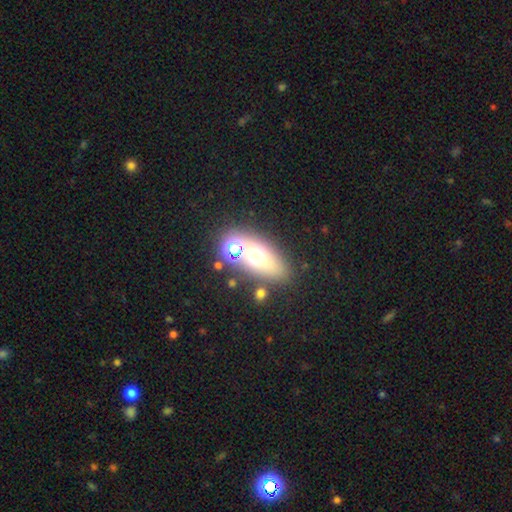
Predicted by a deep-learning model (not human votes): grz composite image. It shows a smooth galaxy with no disk features (54%) that is in between round and cigar-shaped (66%). Merging: none (72%).